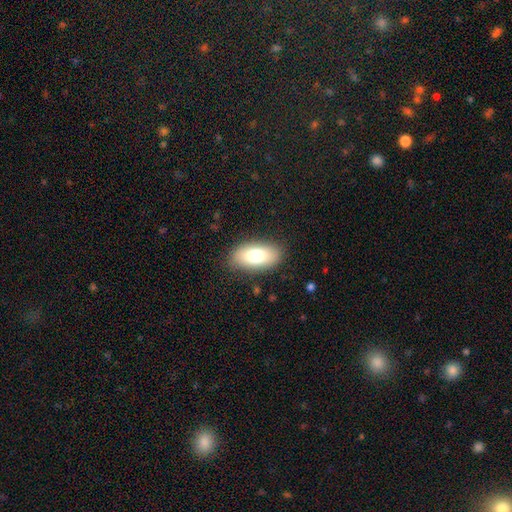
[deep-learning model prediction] A smooth galaxy with no disk features (79%) that is in between round and cigar-shaped (92%). Merging: none (85%).